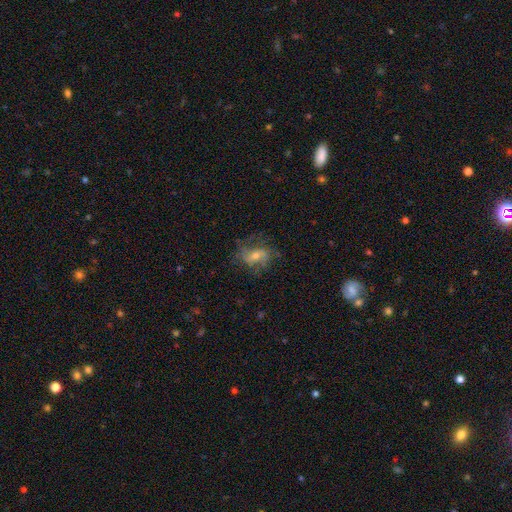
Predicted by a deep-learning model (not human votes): This appears to be a featured or disk galaxy (60%) with a weak bar (40%), spiral arms (77%) and a moderate central bulge (50%). Merging: none (62%).